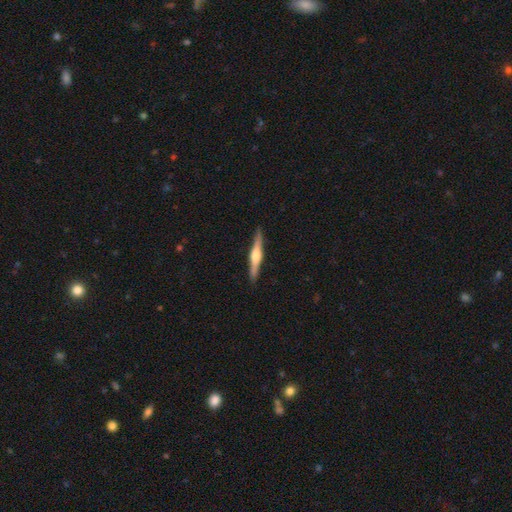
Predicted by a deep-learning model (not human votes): Smooth or featured? featured or disk (68%)
Edge-on disk? yes (98%)
Edge-on bulge? rounded (85%)
Merging? none (91%)